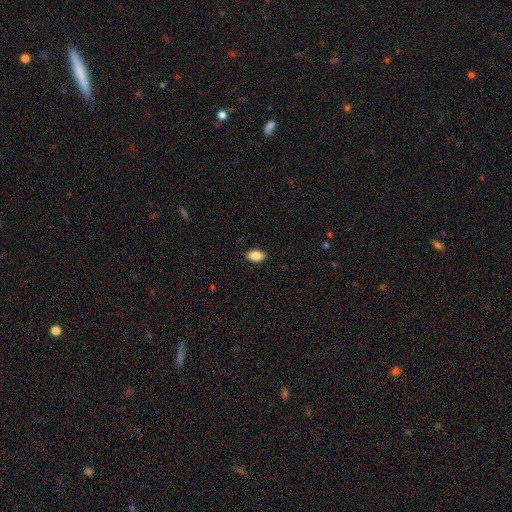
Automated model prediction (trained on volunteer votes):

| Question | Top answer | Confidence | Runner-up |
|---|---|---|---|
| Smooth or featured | smooth | 87% | star or artifact (8%) |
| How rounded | in between | 90% | round (9%) |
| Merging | none | 89% | minor disturbance (8%) |